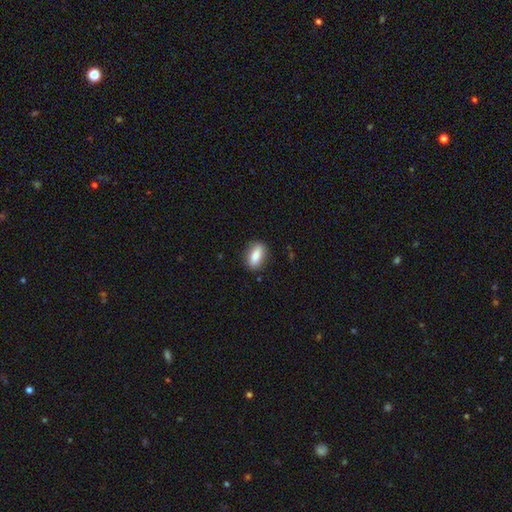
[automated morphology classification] Overall: smooth (82%). How rounded: in between (79%). Merging: none (84%).